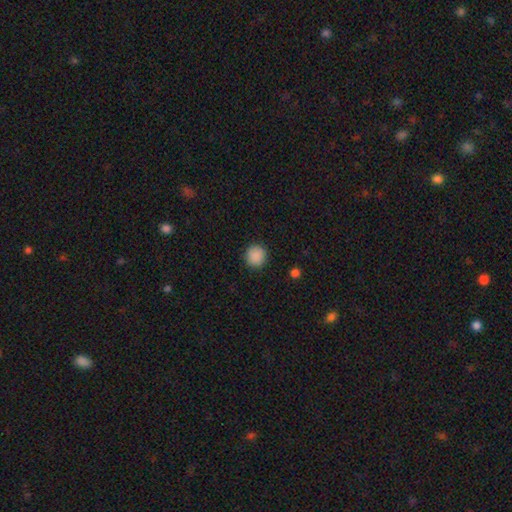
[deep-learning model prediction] A smooth galaxy with no disk features (89%) that is round (93%). Merging: none (92%).